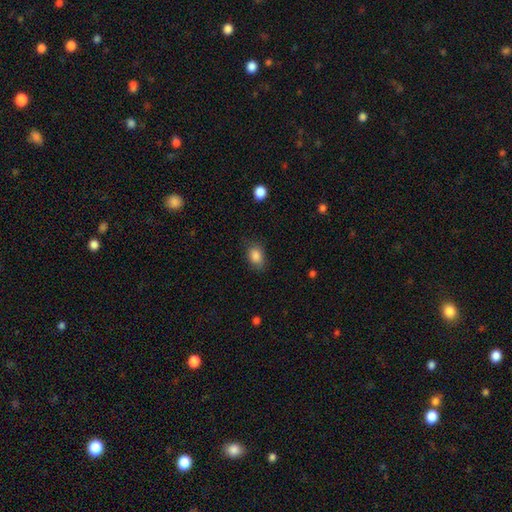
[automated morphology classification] smooth 87%, star or artifact 9%, featured or disk 5%. Down the decision tree: how rounded — in between (76%); merging — none (77%).